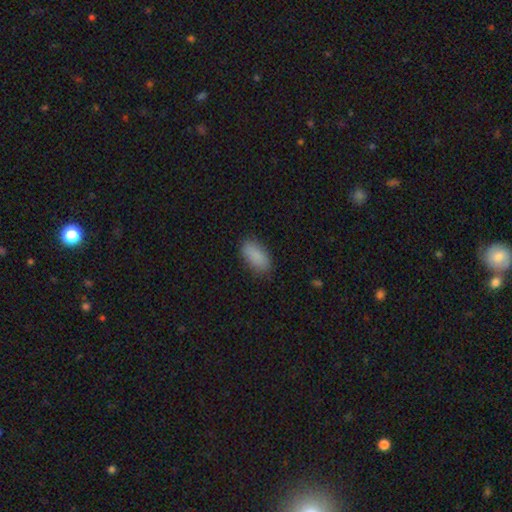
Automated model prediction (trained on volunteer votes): smooth_or_featured: smooth (p=0.88) [alt: star or artifact p=0.07]
how_rounded: in between (p=0.91) [alt: cigar-shaped p=0.06]
merging: none (p=0.82) [alt: minor disturbance p=0.14]